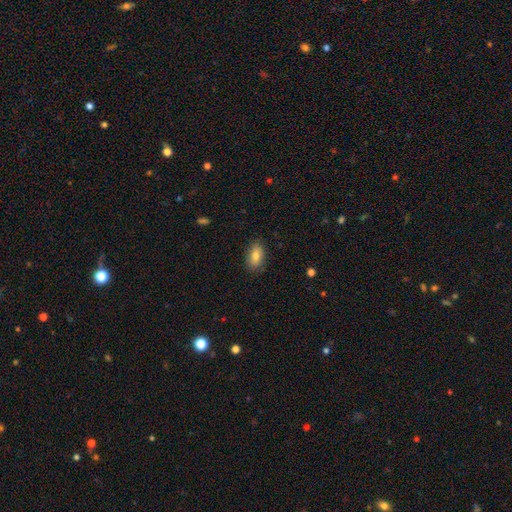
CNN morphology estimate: type=smooth (79%); roundness=in between (91%); merging=none (86%).